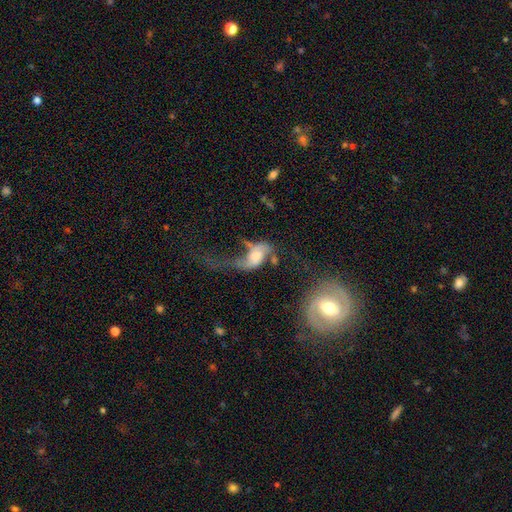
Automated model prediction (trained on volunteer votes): smooth_or_featured: featured or disk (p=0.66) [alt: smooth p=0.26]
disk_edge_on: no (p=0.95) [alt: yes p=0.05]
bar: no (p=0.61) [alt: weak p=0.30]
has_spiral_arms: yes (p=0.77) [alt: no p=0.23]
bulge_size: moderate (p=0.40) [alt: small p=0.23]
merging: major disturbance (p=0.49) [alt: merger p=0.23]